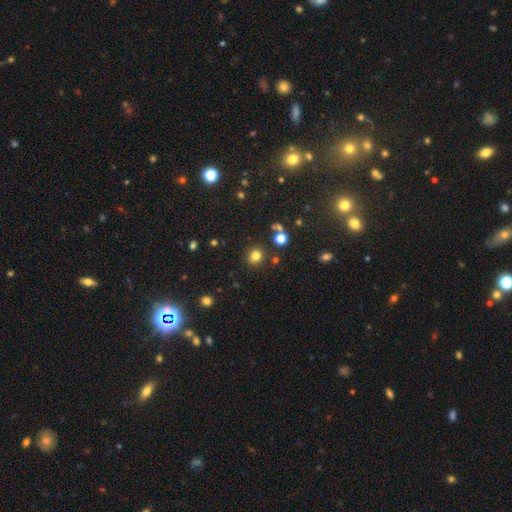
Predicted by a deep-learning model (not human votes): smooth_or_featured: smooth (p=0.79) [alt: star or artifact p=0.15]
how_rounded: round (p=0.80) [alt: in between p=0.19]
merging: none (p=0.85) [alt: minor disturbance p=0.08]